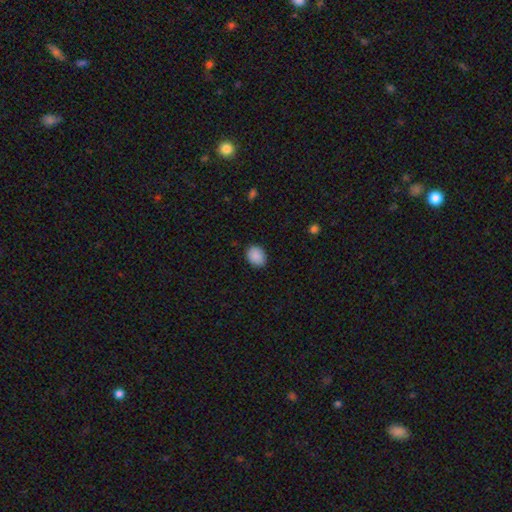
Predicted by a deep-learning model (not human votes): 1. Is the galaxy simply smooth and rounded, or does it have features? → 89% smooth, 8% star or artifact, 3% featured or disk.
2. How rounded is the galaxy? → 58% in between, 41% round, 1% cigar-shaped.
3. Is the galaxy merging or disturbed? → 86% none, 11% minor disturbance, 2% major disturbance, 1% merger.